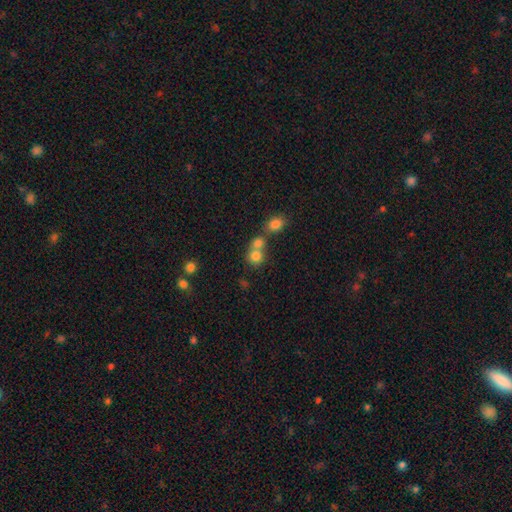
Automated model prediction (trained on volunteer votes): A smooth galaxy with no disk features (78%) that is round (81%).

Vote fractions:
- Smooth or featured? smooth: 78% / star or artifact: 12% / featured or disk: 9%
- How rounded? round: 81% / in between: 18% / cigar-shaped: 1%
- Merging? merger: 49% / none: 42% / minor disturbance: 7% / major disturbance: 3%